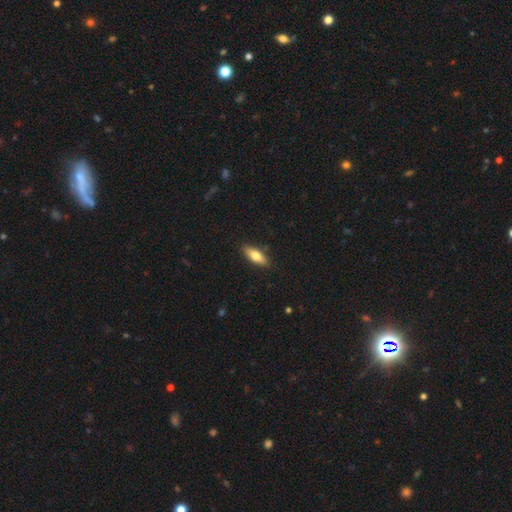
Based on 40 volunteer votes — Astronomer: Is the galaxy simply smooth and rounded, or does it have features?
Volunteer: smooth — 75%.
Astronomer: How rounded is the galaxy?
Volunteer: in between — 70%.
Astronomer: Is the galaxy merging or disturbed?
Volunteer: none — 84%.